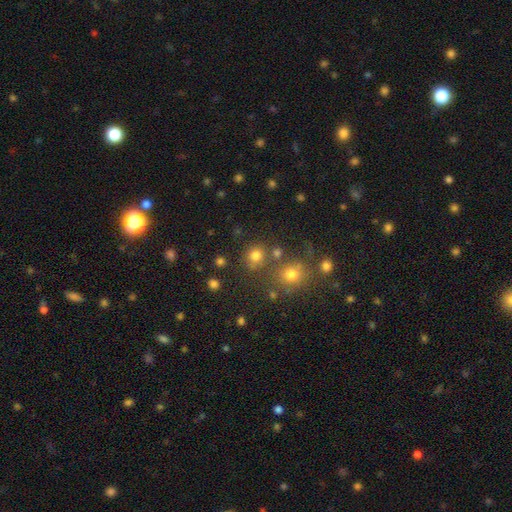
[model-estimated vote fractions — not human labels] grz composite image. It shows a smooth galaxy with no disk features (76%) that is round (86%). Merging: none (74%).